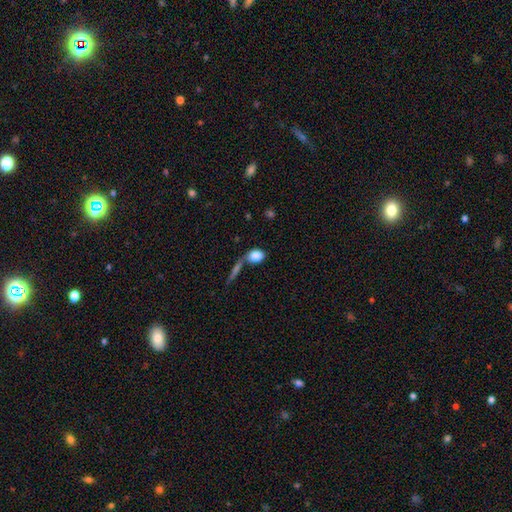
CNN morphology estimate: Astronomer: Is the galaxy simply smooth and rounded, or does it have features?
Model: smooth — 82%.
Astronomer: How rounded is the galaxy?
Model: in between — 65%.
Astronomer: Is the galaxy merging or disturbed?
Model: none — 41% (runner-up: merger, 34%).